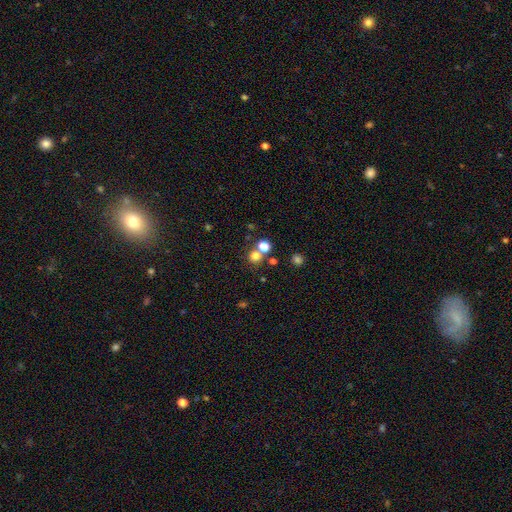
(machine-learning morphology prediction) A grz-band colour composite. It shows a smooth galaxy with no disk features (74%) that is round (87%). Merging: none (61%).